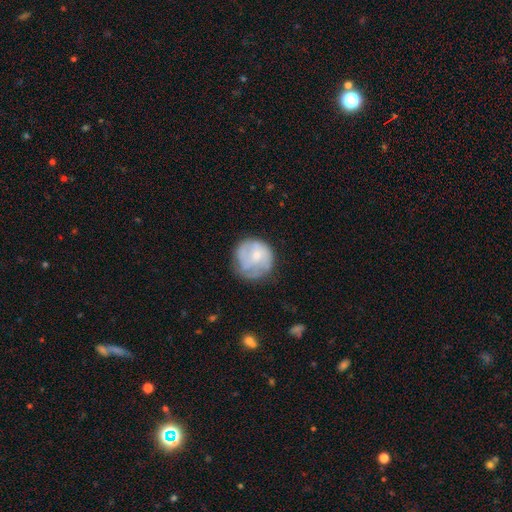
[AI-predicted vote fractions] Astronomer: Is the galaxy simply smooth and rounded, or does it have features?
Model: featured or disk — 48% (runner-up: smooth, 45%).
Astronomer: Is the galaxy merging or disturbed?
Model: none — 57%.